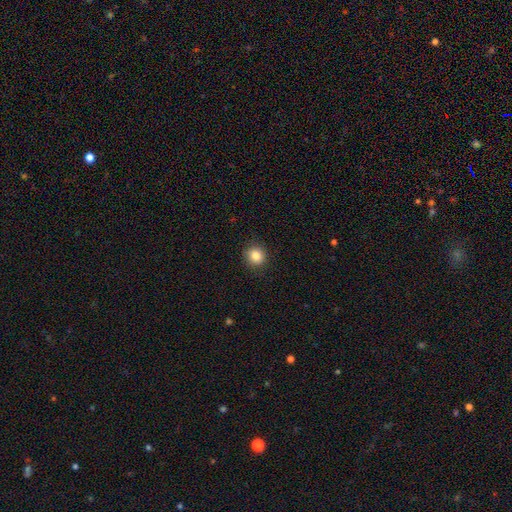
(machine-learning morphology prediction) The model was most divided on "smooth or featured": smooth: 85%, star or artifact: 10%, featured or disk: 5%. More confident: how rounded — round (91%); merging — none (90%).